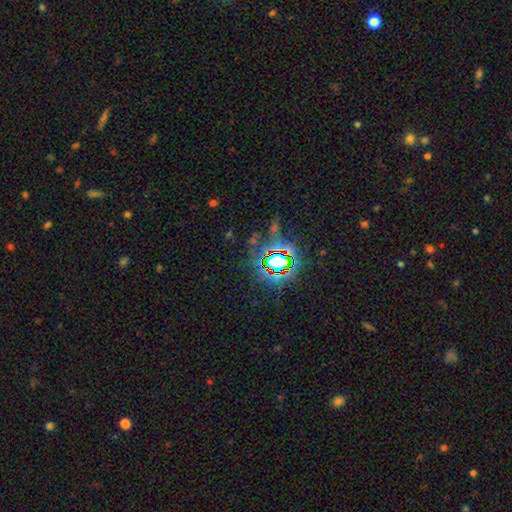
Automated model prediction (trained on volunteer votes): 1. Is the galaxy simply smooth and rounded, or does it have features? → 80% star or artifact, 10% smooth, 9% featured or disk.